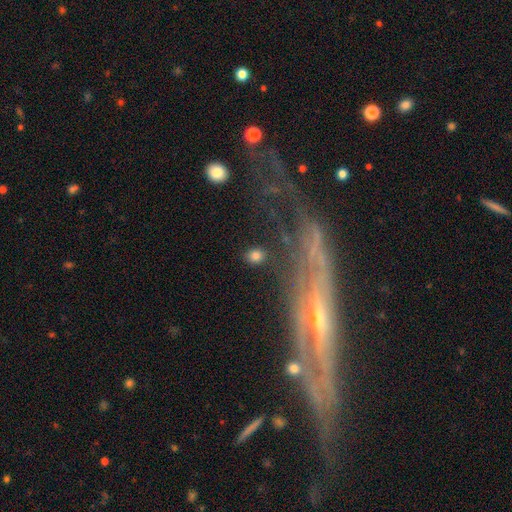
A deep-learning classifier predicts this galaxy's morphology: Smooth or featured?
  - smooth: 78% *
  - star or artifact: 12%
  - featured or disk: 11%
How rounded?
  - round: 56% *
  - in between: 42%
  - cigar-shaped: 2%
Merging?
  - none: 84% *
  - minor disturbance: 9%
  - major disturbance: 4%
  - merger: 3%